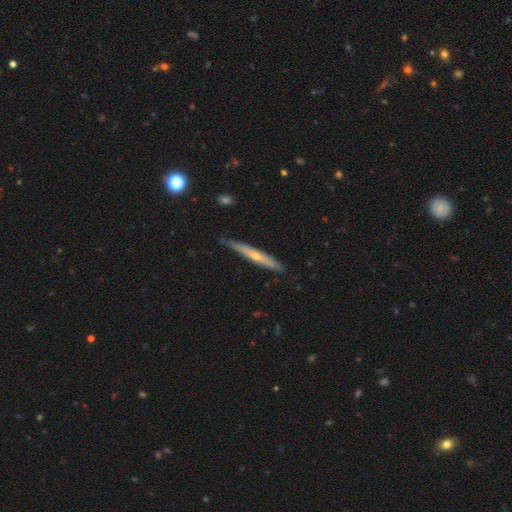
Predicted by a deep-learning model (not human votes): Morphology: type=featured or disk (60%); edge-on=yes (94%); edge-on bulge=rounded (71%); merging=none (82%).